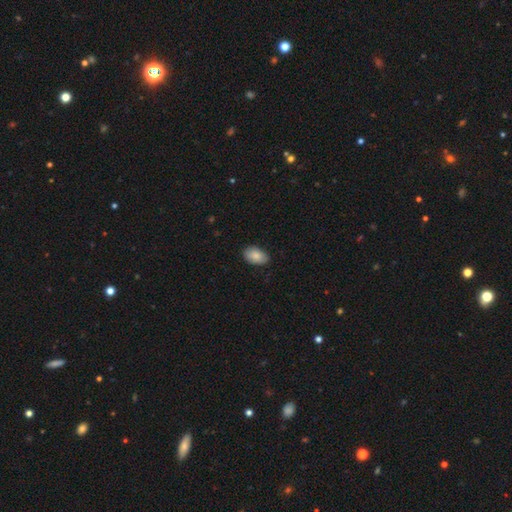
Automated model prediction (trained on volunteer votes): Smooth or featured?
  - smooth: 86% *
  - featured or disk: 8%
  - star or artifact: 7%
How rounded?
  - in between: 91% *
  - round: 8%
  - cigar-shaped: 1%
Merging?
  - none: 84% *
  - minor disturbance: 13%
  - major disturbance: 2%
  - merger: 1%